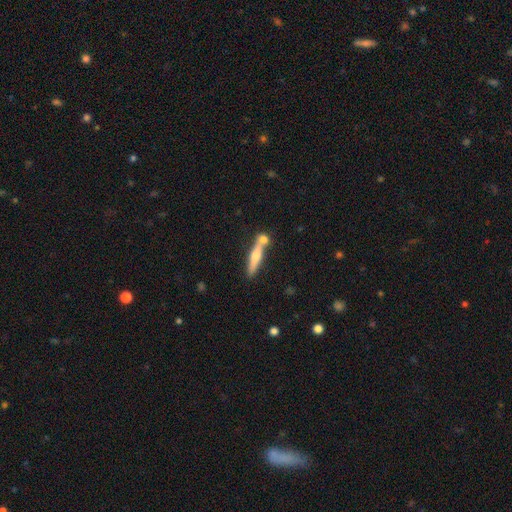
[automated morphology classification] smooth-or-featured: featured or disk: 48% | smooth: 46% | star or artifact: 6%
  merging: none: 59% | merger: 26% | minor disturbance: 11% | major disturbance: 3%